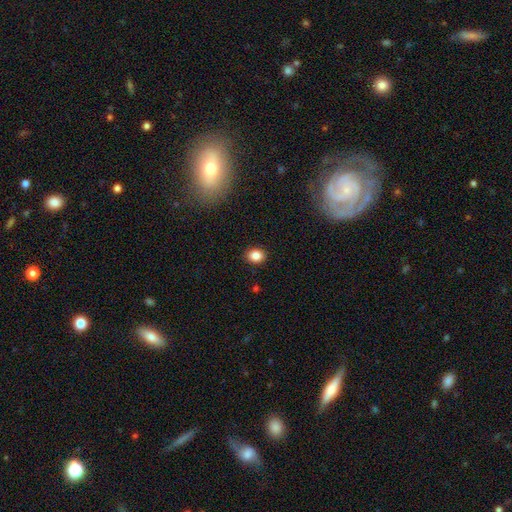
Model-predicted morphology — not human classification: Smooth or featured? Predicted: smooth (p=0.86). How rounded? Predicted: round (p=0.57). Merging? Predicted: none (p=0.90).